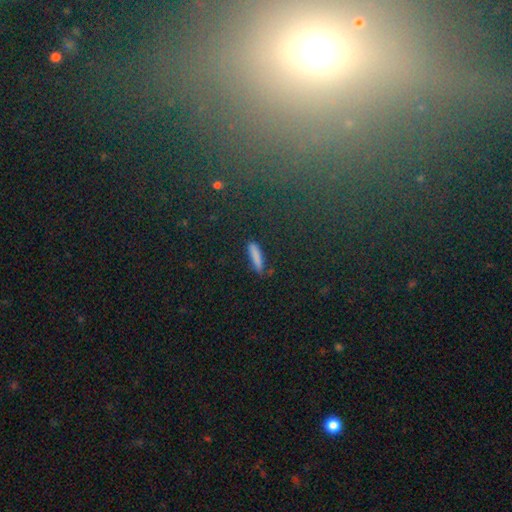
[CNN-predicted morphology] smooth_or_featured: smooth (p=0.82) [alt: star or artifact p=0.09]
how_rounded: cigar-shaped (p=0.85) [alt: in between p=0.13]
merging: none (p=0.81) [alt: minor disturbance p=0.14]